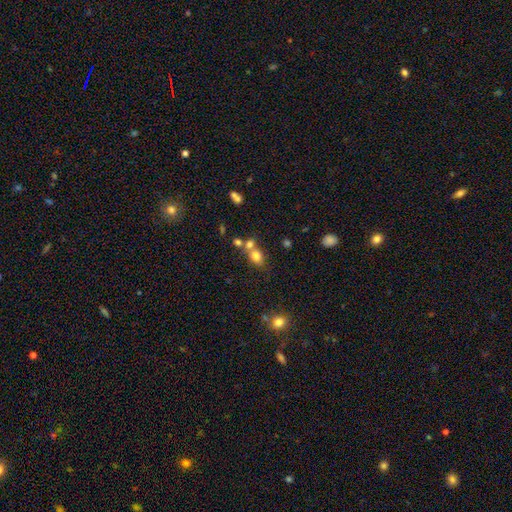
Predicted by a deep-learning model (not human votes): Smooth or featured: smooth — 75% (star or artifact — 13%)
How rounded: round — 54% (in between — 45%)
Merging: none — 45% (merger — 40%)